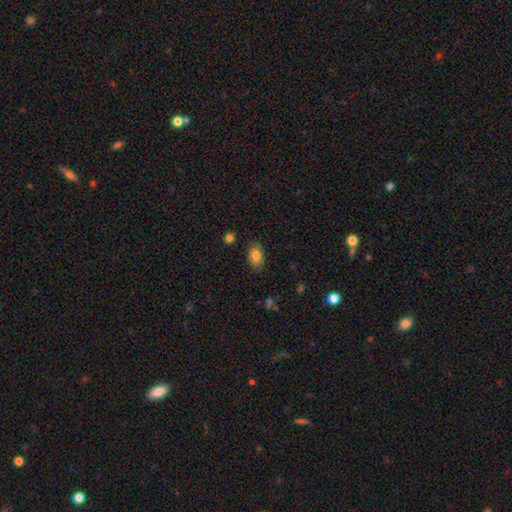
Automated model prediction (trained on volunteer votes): Overall: smooth (84%). How rounded: in between (89%). Merging: none (86%).